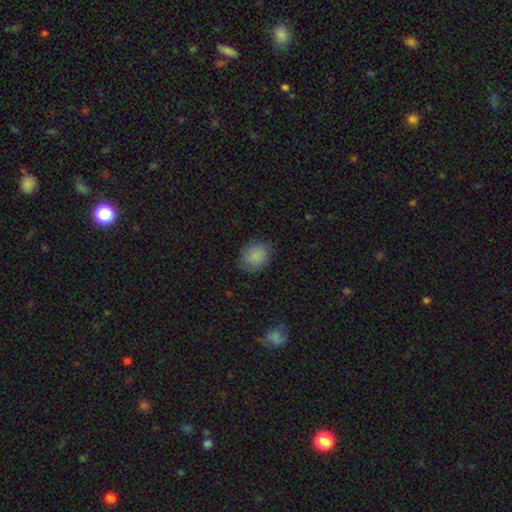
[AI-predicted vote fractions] smooth 86%, star or artifact 8%, featured or disk 6%. Down the decision tree: how rounded — round (68%); merging — none (80%).